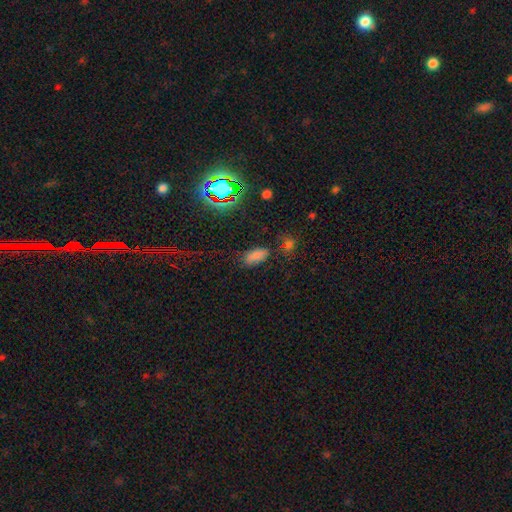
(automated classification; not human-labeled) smooth_or_featured: smooth (p=0.72) [alt: star or artifact p=0.21]
how_rounded: in between (p=0.90) [alt: cigar-shaped p=0.07]
merging: none (p=0.72) [alt: minor disturbance p=0.18]